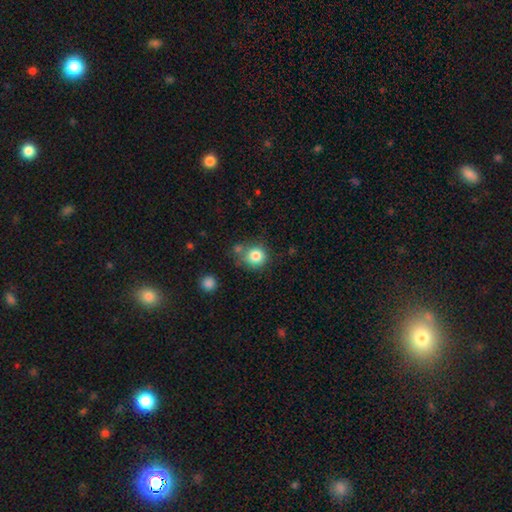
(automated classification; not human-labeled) Smooth or featured: smooth — 82% (star or artifact — 10%)
How rounded: round — 88% (in between — 11%)
Merging: none — 66% (minor disturbance — 15%)